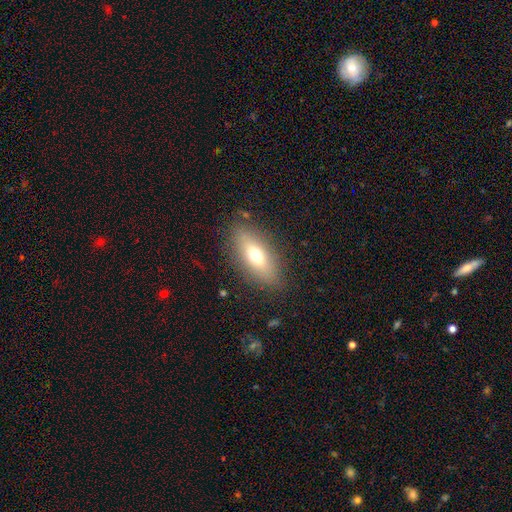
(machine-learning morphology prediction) This is likely a smooth galaxy (64%). How rounded: likely in between (76%). Merging: clearly none (84%).